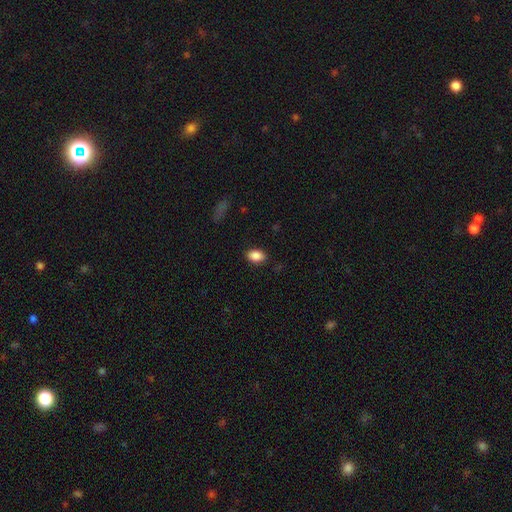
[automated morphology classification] Smooth or featured?
  - smooth: 88% *
  - star or artifact: 8%
  - featured or disk: 4%
How rounded?
  - in between: 84% *
  - round: 14%
  - cigar-shaped: 1%
Merging?
  - none: 86% *
  - minor disturbance: 10%
  - major disturbance: 3%
  - merger: 1%